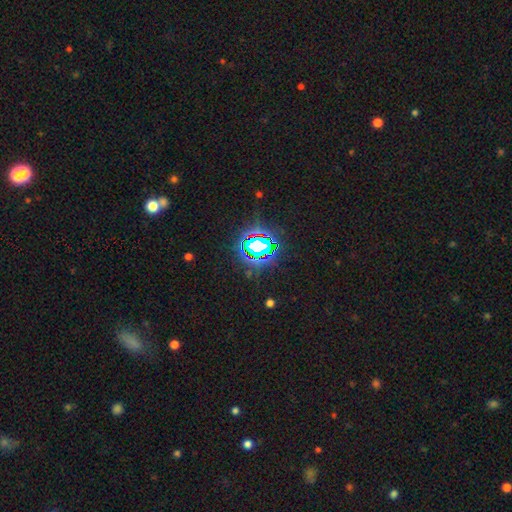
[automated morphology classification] star or artifact 78%, smooth 13%, featured or disk 8%.